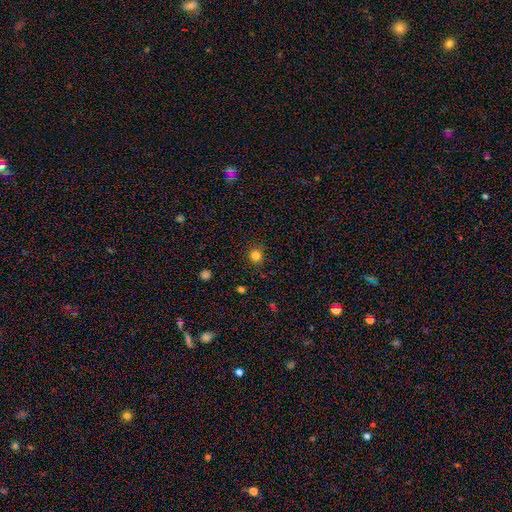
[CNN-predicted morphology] Smooth or featured?
  - smooth: 81% *
  - star or artifact: 14%
  - featured or disk: 5%
How rounded?
  - round: 89% *
  - in between: 10%
  - cigar-shaped: 1%
Merging?
  - none: 86% *
  - minor disturbance: 10%
  - major disturbance: 3%
  - merger: 2%